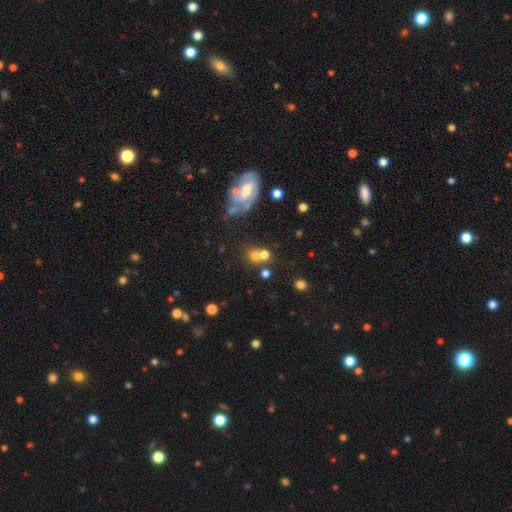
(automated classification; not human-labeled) Overall: smooth (63%). How rounded: round (75%). Merging: none (46%; merger 37%).